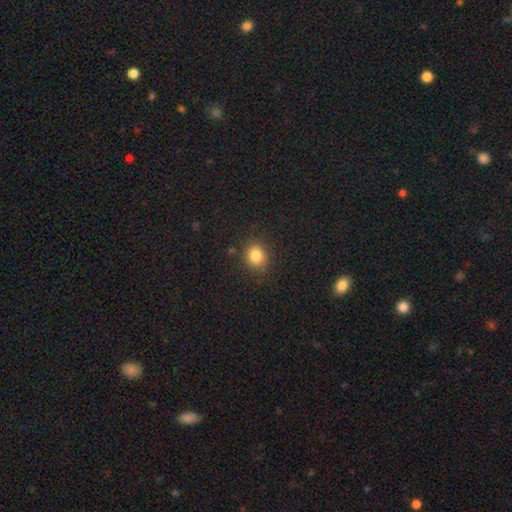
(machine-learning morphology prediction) smooth-or-featured: smooth: 83% | star or artifact: 12% | featured or disk: 5%
  how-rounded: round: 82% | in between: 17% | cigar-shaped: 1%
  merging: none: 87% | minor disturbance: 9% | major disturbance: 3% | merger: 2%